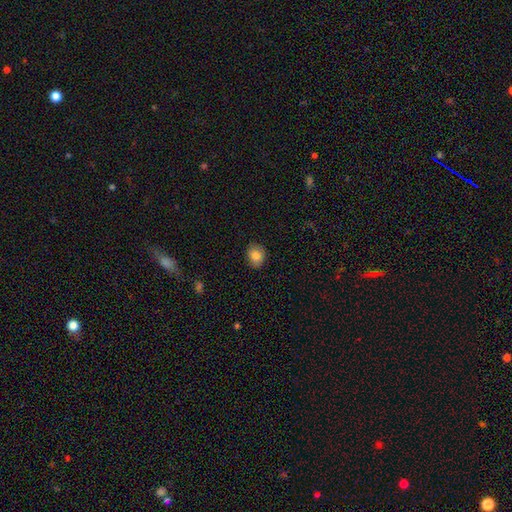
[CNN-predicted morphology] A smooth galaxy with no disk features (83%) that is in between round and cigar-shaped (51%). Merging: none (82%).